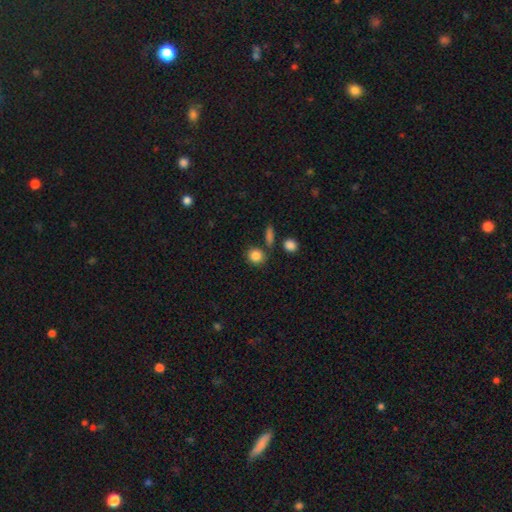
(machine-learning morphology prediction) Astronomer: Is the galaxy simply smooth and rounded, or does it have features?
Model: smooth — 85%.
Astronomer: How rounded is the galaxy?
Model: round — 81%.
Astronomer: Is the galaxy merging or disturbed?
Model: none — 78%.